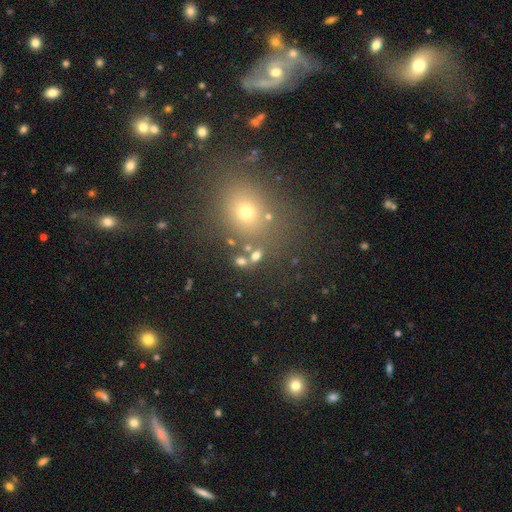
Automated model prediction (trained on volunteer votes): Smooth or featured? Predicted: smooth (p=0.65). How rounded? Predicted: in between (p=0.62). Merging? Predicted: none (p=0.64).